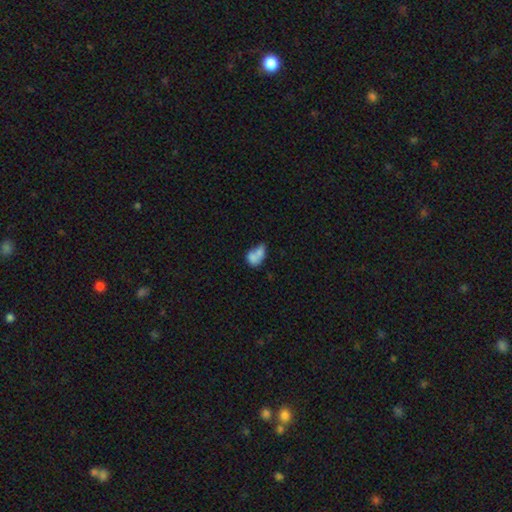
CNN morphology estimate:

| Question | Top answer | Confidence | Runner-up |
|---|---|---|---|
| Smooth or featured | smooth | 72% | featured or disk (18%) |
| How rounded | in between | 70% | round (28%) |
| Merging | merger | 58% | none (20%) |